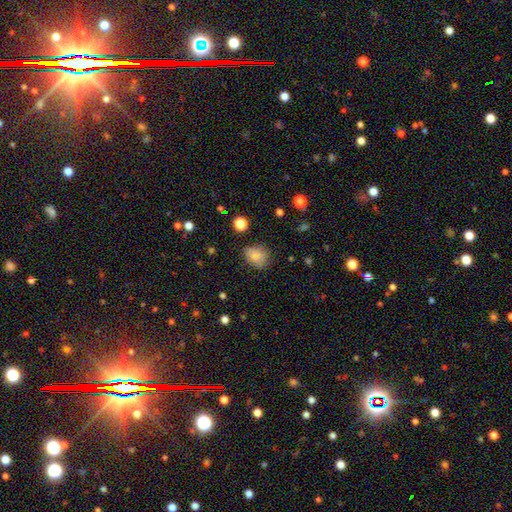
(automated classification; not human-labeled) A smooth galaxy with no disk features (80%) that is round (52%).

Vote fractions:
- Smooth or featured? smooth: 80% / star or artifact: 10% / featured or disk: 9%
- How rounded? round: 52% / in between: 47% / cigar-shaped: 1%
- Merging? none: 73% / minor disturbance: 20% / major disturbance: 5% / merger: 2%